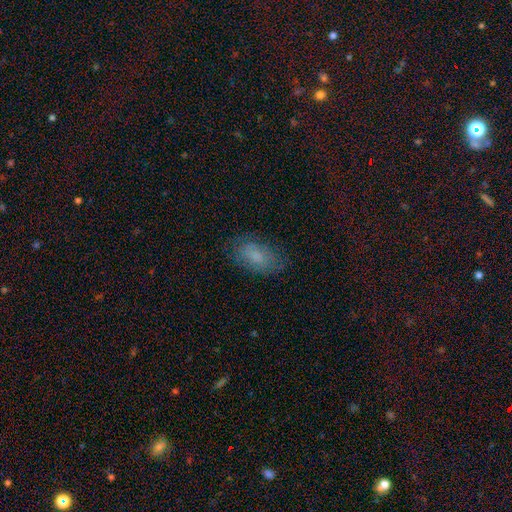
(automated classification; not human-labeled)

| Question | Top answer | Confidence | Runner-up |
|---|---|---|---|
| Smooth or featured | smooth | 68% | featured or disk (22%) |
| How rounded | in between | 90% | round (8%) |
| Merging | none | 74% | minor disturbance (18%) |